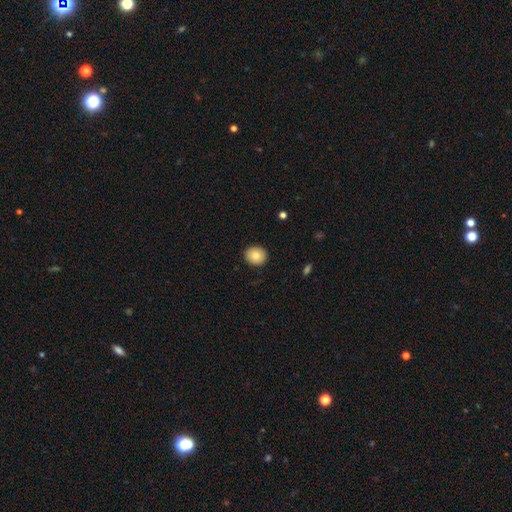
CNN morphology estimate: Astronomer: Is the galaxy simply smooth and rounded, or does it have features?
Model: smooth — 84%.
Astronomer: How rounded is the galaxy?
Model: round — 75%.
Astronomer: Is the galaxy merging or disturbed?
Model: none — 90%.